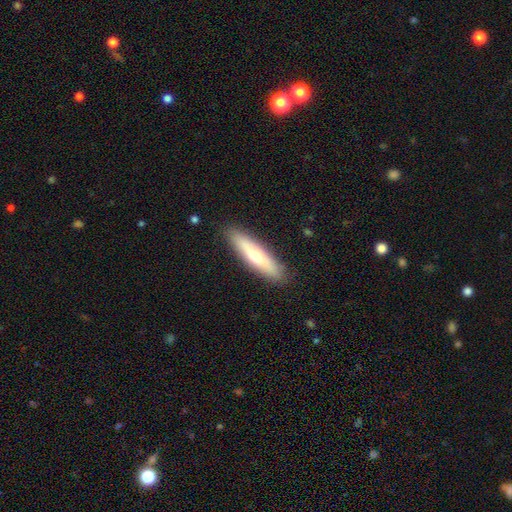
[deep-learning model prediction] The model was most divided on "smooth or featured": smooth: 56%, featured or disk: 38%, star or artifact: 6%. More confident: merging — none (89%); how rounded — cigar-shaped (75%).